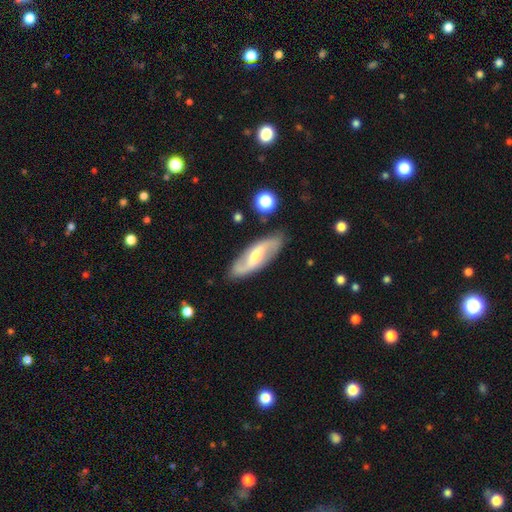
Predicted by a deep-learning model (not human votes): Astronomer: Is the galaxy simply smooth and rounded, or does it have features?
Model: featured or disk — 76%.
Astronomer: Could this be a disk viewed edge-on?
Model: no — 89%.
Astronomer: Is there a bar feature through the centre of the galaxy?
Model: weak — 46% (runner-up: strong, 28%).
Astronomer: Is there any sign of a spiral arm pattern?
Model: yes — 93%.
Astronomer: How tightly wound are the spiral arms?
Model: loose — 51% (runner-up: medium, 36%).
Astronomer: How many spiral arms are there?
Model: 2 — 90%.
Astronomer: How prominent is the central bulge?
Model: moderate — 54% (runner-up: small, 34%).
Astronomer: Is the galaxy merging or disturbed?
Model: none — 85%.